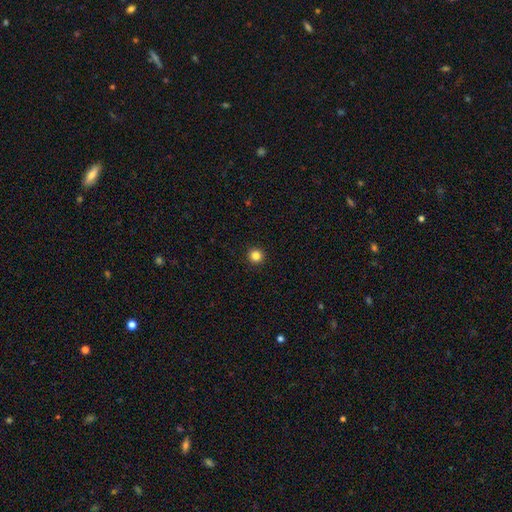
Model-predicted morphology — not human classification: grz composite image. It shows a smooth galaxy with no disk features (84%) that is round (96%). Merging: none (94%).